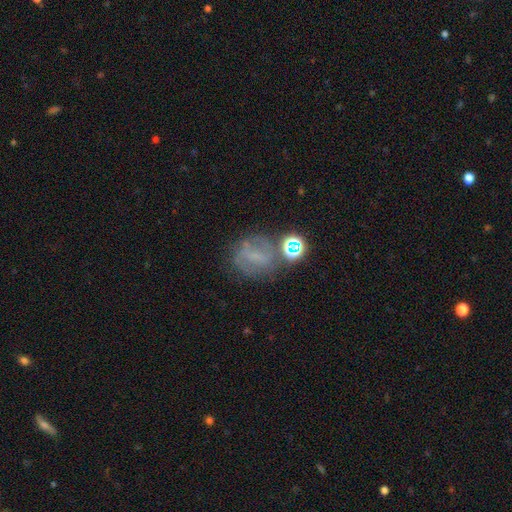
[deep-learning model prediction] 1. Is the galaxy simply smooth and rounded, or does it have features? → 43% featured or disk, 33% smooth, 25% star or artifact.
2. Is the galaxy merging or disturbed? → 55% none, 17% minor disturbance, 15% merger, 13% major disturbance.